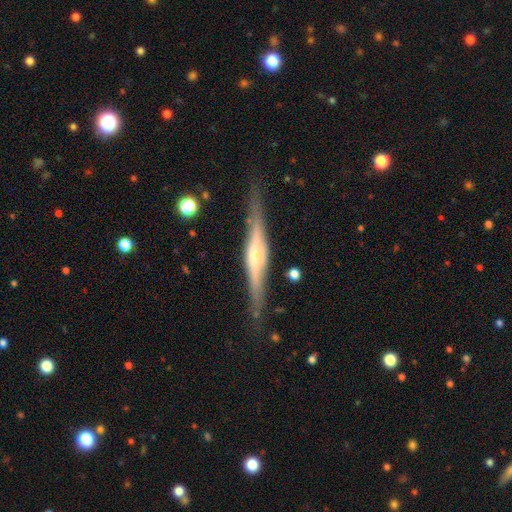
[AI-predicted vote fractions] Morphology: type=featured or disk (79%); edge-on=yes (96%); edge-on bulge=rounded (64%); merging=none (85%).